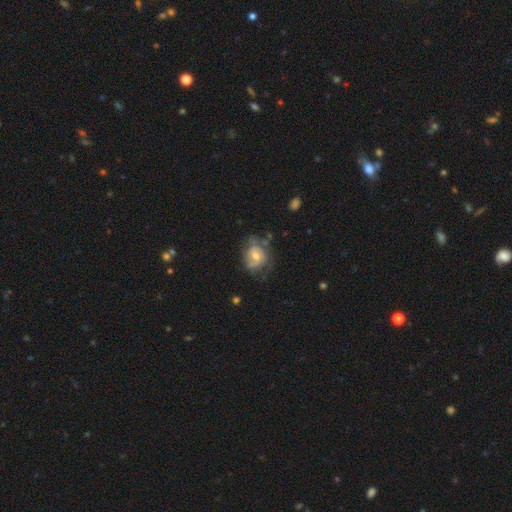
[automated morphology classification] A featured or disk galaxy (60%) with no bar (52%), spiral arms (73%) and a moderate central bulge (59%).

Vote fractions:
- Smooth or featured? featured or disk: 60% / smooth: 32% / star or artifact: 8%
- Edge-on disk? no: 97% / yes: 3%
- Bar? no: 52% / weak: 40% / strong: 8%
- Spiral arms? yes: 73% / no: 27%
- Bulge size? moderate: 59% / small: 33% / large: 5% / none: 2% / dominant: 1%
- Merging? none: 54% / minor disturbance: 26% / major disturbance: 16% / merger: 3%